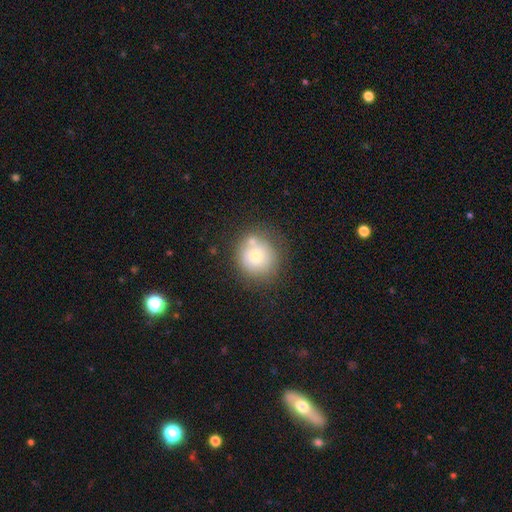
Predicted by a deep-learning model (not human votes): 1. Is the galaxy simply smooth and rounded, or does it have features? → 71% smooth, 20% featured or disk, 10% star or artifact.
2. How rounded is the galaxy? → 88% round, 11% in between, 1% cigar-shaped.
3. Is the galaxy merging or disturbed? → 65% none, 16% minor disturbance, 14% merger, 5% major disturbance.